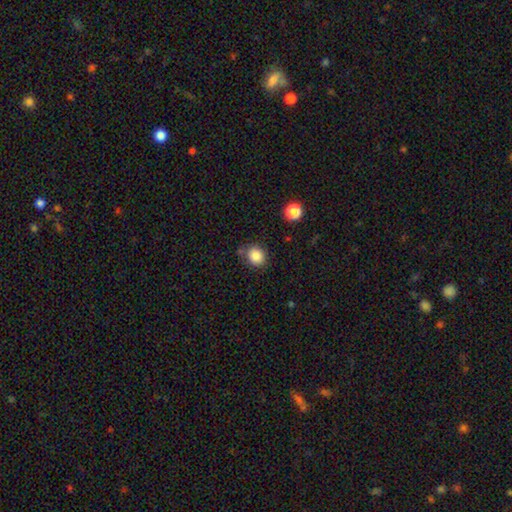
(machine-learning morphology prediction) The model was most divided on "how rounded": round: 73%, in between: 26%, cigar-shaped: 1%. More confident: smooth or featured — smooth (85%); merging — none (76%).